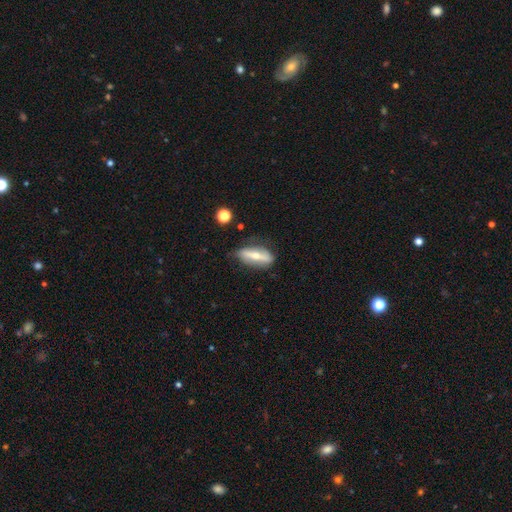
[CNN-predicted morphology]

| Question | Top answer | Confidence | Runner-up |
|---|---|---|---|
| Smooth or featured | featured or disk | 52% | smooth (42%) |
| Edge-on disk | yes | 50% | tied: no (50%) |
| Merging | none | 72% | minor disturbance (21%) |